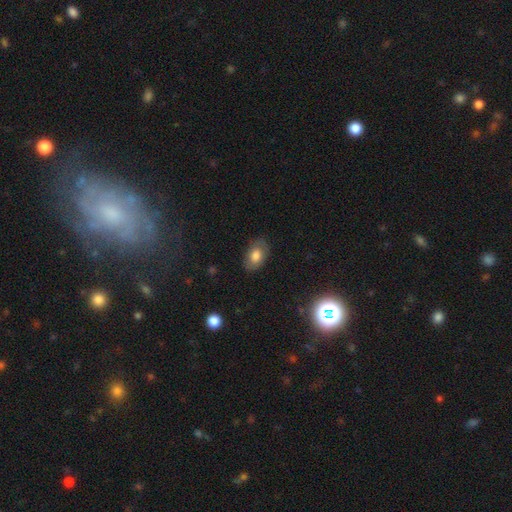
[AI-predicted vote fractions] Smooth or featured: smooth — 77% (featured or disk — 14%)
How rounded: in between — 89% (round — 9%)
Merging: none — 80% (minor disturbance — 15%)